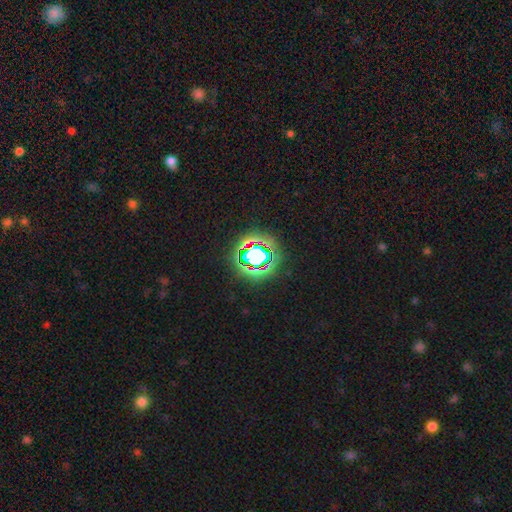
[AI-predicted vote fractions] smooth_or_featured: star or artifact (p=0.78) [alt: smooth p=0.14]